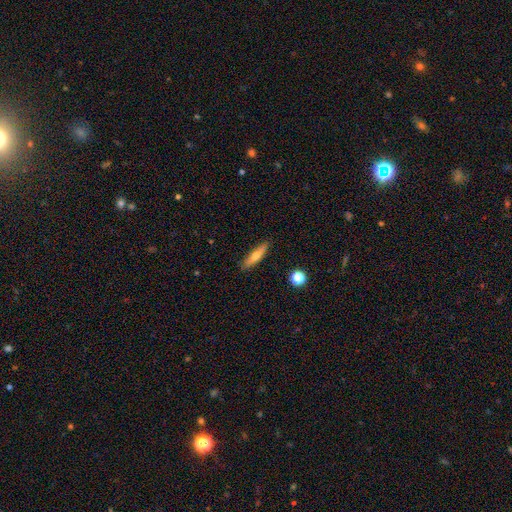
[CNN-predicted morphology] Smooth or featured? Predicted: smooth (p=0.56). How rounded? Predicted: cigar-shaped (p=0.81). Merging? Predicted: none (p=0.90).